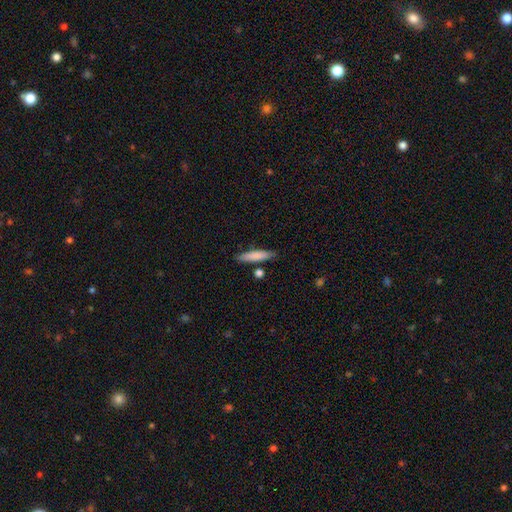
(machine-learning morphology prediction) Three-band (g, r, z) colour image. It shows a smooth galaxy with no disk features (81%) that is cigar-shaped (85%). Merging: none (82%).